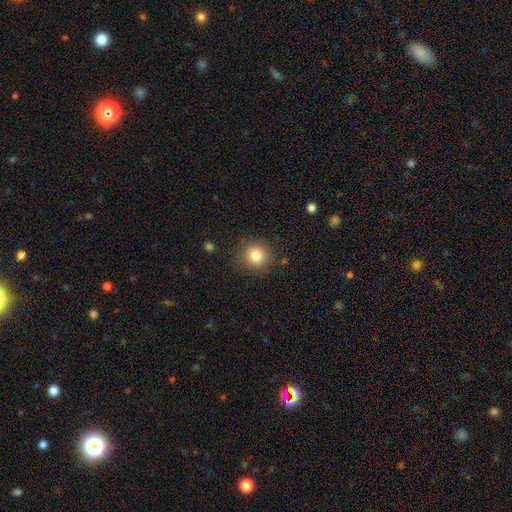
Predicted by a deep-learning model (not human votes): smooth-or-featured: smooth: 82% | star or artifact: 11% | featured or disk: 7%
  how-rounded: round: 91% | in between: 8% | cigar-shaped: 1%
  merging: none: 87% | minor disturbance: 9% | major disturbance: 3% | merger: 2%